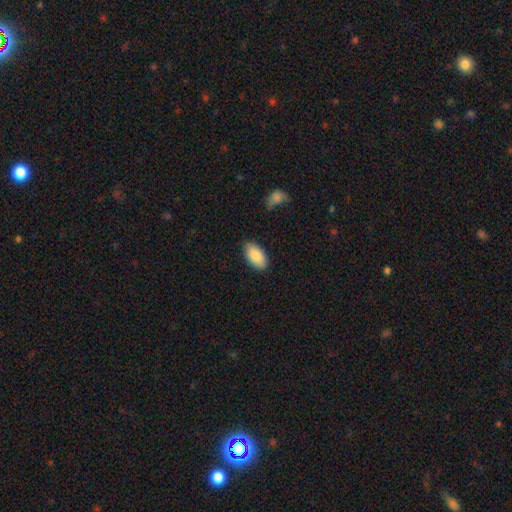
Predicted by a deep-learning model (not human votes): smooth_or_featured: smooth (p=0.88) [alt: featured or disk p=0.06]
how_rounded: in between (p=0.95) [alt: cigar-shaped p=0.03]
merging: none (p=0.85) [alt: minor disturbance p=0.11]